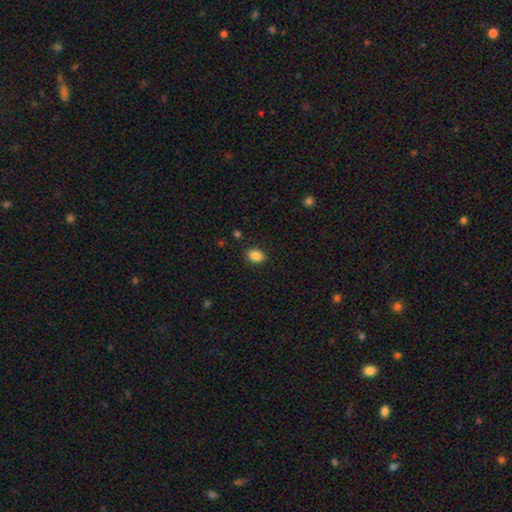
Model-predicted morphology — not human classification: Q: Smooth or featured?
A: smooth (86%); runner-up: star or artifact (9%)
Q: How rounded?
A: in between (78%); runner-up: round (21%)
Q: Merging?
A: none (87%); runner-up: minor disturbance (9%)